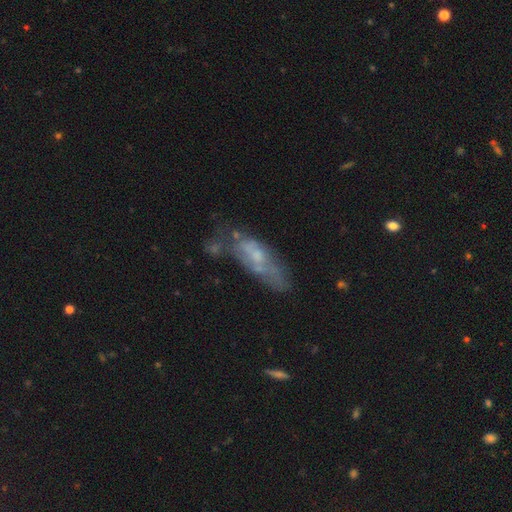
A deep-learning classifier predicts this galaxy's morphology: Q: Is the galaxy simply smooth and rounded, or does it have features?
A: featured or disk — 52%.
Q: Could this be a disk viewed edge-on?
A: no — 81%.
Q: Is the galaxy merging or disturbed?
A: none — 39%.